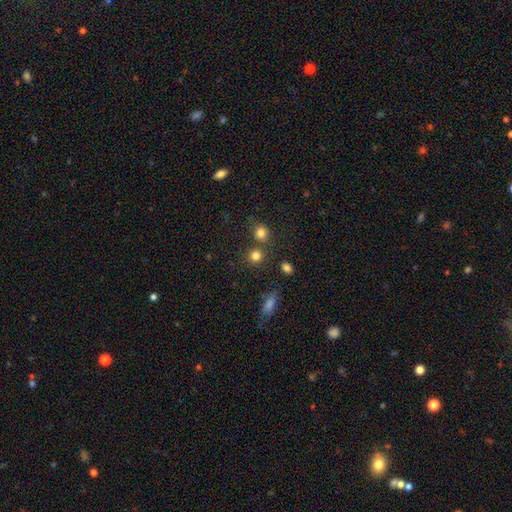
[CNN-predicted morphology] Q: Smooth or featured?
A: smooth (81%); runner-up: star or artifact (13%)
Q: How rounded?
A: round (85%); runner-up: in between (14%)
Q: Merging?
A: none (71%); runner-up: merger (17%)